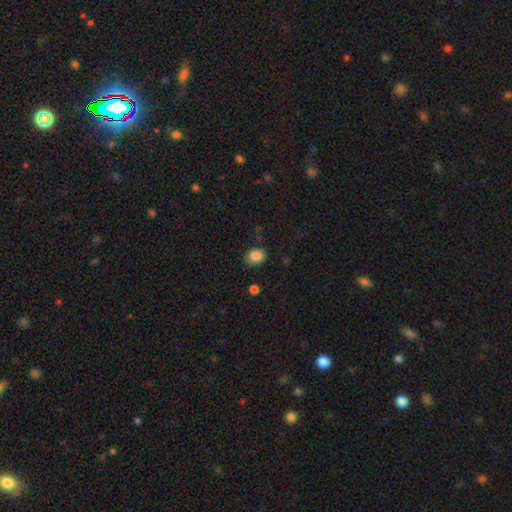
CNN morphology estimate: Smooth or featured?
  - smooth: 86% *
  - star or artifact: 9%
  - featured or disk: 5%
How rounded?
  - in between: 53% *
  - round: 46%
  - cigar-shaped: 1%
Merging?
  - none: 79% *
  - minor disturbance: 16%
  - major disturbance: 3%
  - merger: 2%